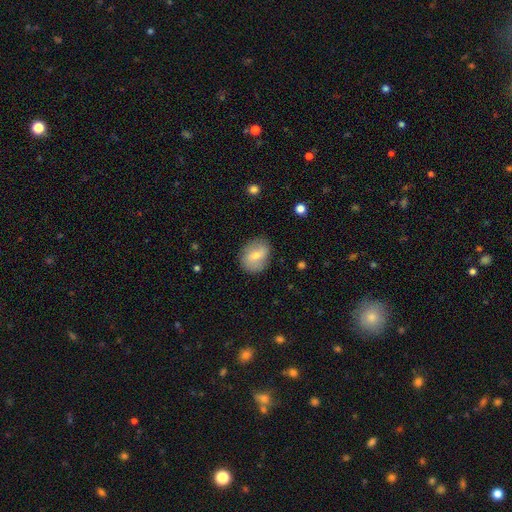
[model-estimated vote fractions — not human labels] A smooth galaxy with no disk features (58%) that is in between round and cigar-shaped (55%). Merging: none (81%).